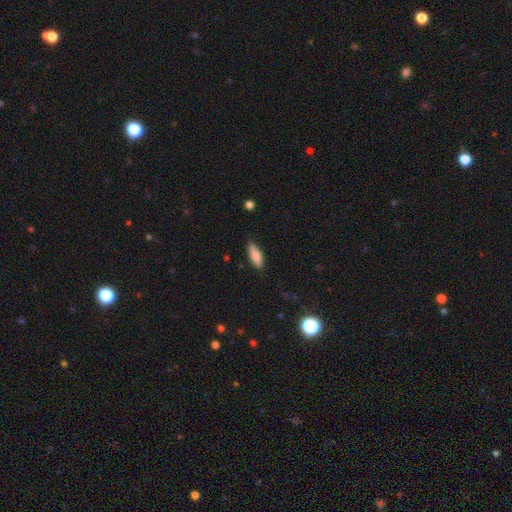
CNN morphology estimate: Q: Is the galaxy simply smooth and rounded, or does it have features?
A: smooth — 85%.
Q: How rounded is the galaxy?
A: in between — 68%.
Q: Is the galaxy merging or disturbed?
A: none — 82%.